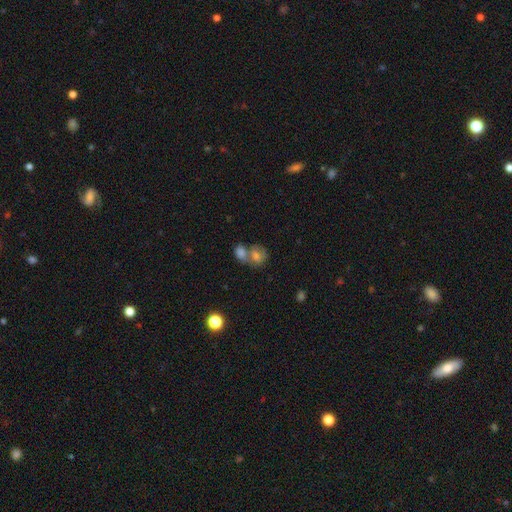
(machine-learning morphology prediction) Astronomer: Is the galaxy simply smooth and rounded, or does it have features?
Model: smooth — 57%.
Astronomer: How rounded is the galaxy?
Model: round — 53% (runner-up: in between, 45%).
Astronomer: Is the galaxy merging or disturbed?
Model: merger — 55% (runner-up: none, 31%).